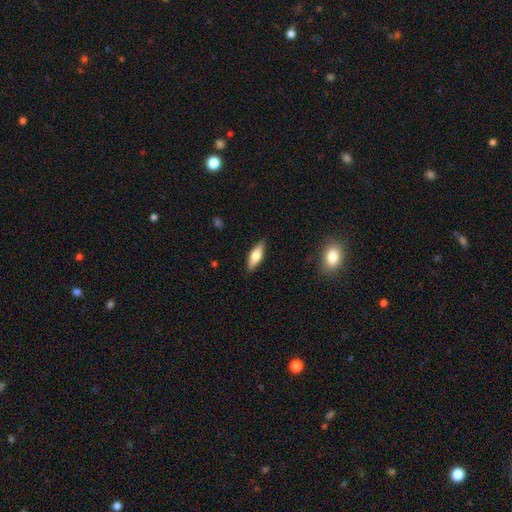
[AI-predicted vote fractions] A smooth galaxy with no disk features (58%) that is in between round and cigar-shaped (58%). Merging: none (87%).